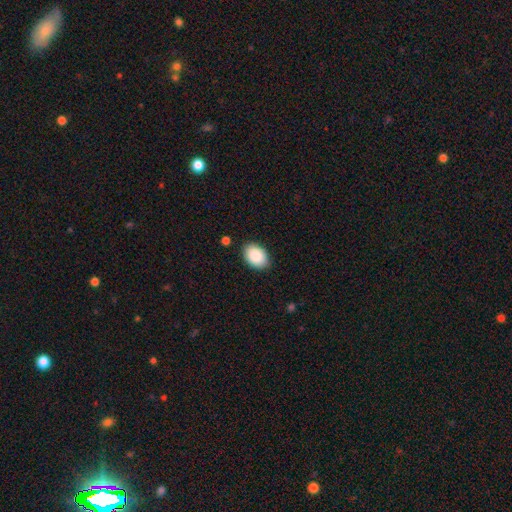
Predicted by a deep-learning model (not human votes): smooth_or_featured: smooth (p=0.90) [alt: star or artifact p=0.06]
how_rounded: in between (p=0.85) [alt: round p=0.14]
merging: none (p=0.87) [alt: minor disturbance p=0.09]